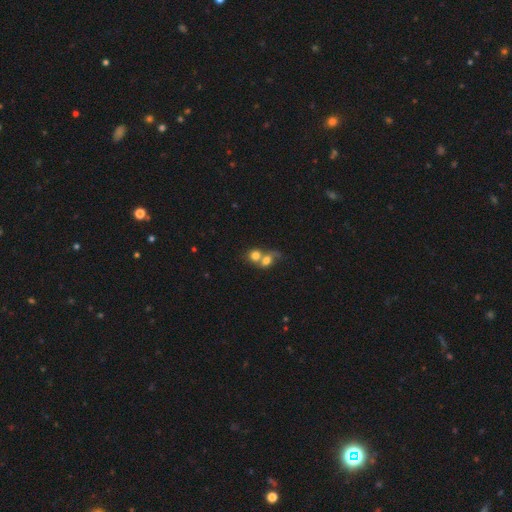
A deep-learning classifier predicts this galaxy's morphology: smooth_or_featured: smooth (p=0.72) [alt: featured or disk p=0.18]
how_rounded: round (p=0.66) [alt: in between p=0.32]
merging: merger (p=0.73) [alt: none p=0.17]